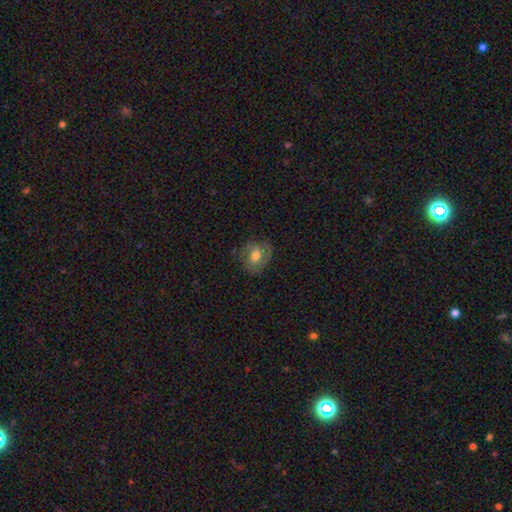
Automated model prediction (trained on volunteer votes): Q: Smooth or featured?
A: smooth (58%); runner-up: featured or disk (33%)
Q: How rounded?
A: round (66%); runner-up: in between (33%)
Q: Merging?
A: none (73%); runner-up: minor disturbance (20%)